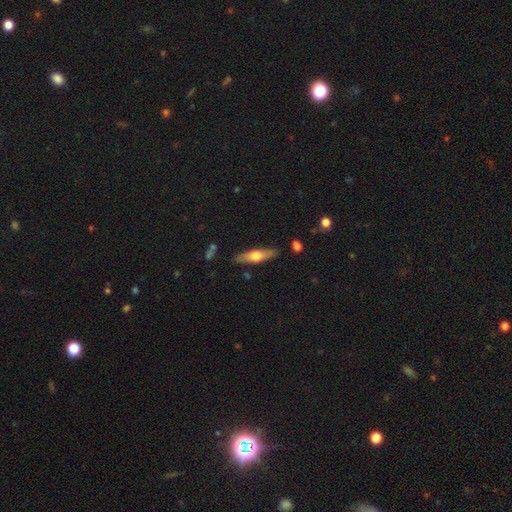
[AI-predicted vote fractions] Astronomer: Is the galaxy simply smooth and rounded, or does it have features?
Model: smooth — 48% (runner-up: featured or disk, 46%).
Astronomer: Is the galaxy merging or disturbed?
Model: none — 85%.